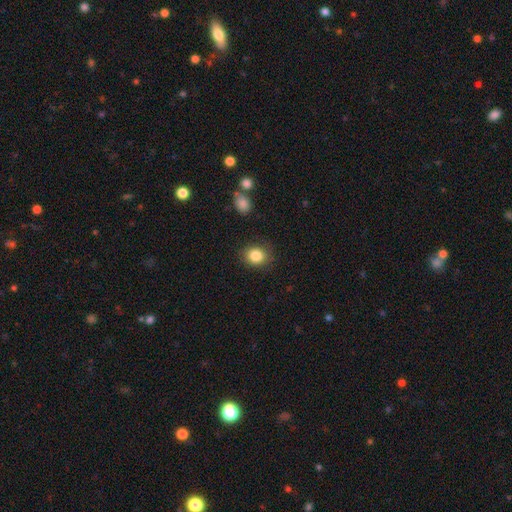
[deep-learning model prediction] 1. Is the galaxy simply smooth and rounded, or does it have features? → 85% smooth, 10% star or artifact, 5% featured or disk.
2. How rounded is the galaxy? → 66% round, 33% in between, 1% cigar-shaped.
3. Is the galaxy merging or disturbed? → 84% none, 11% minor disturbance, 3% major disturbance, 2% merger.